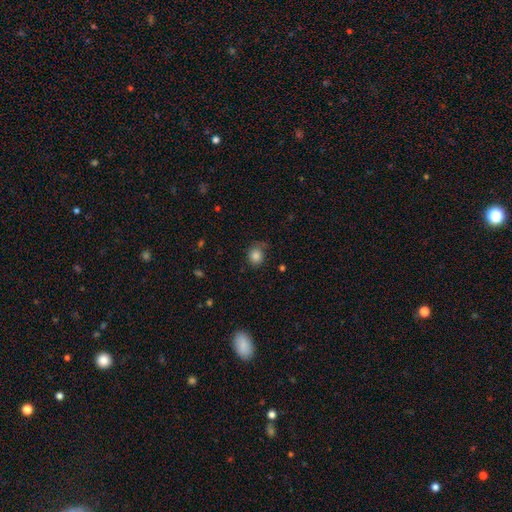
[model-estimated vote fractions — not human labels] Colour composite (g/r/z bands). It shows a smooth galaxy with no disk features (84%) that is round (81%). Merging: none (67%).